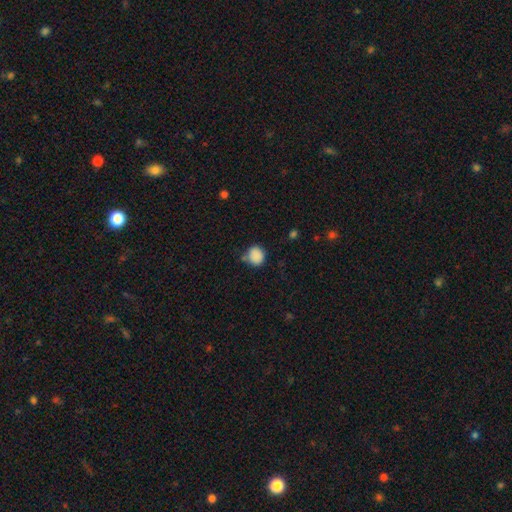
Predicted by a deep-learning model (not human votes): Smooth or featured?
  - smooth: 87% *
  - star or artifact: 9%
  - featured or disk: 4%
How rounded?
  - round: 81% *
  - in between: 18%
  - cigar-shaped: 1%
Merging?
  - none: 66% *
  - minor disturbance: 21%
  - merger: 7%
  - major disturbance: 6%